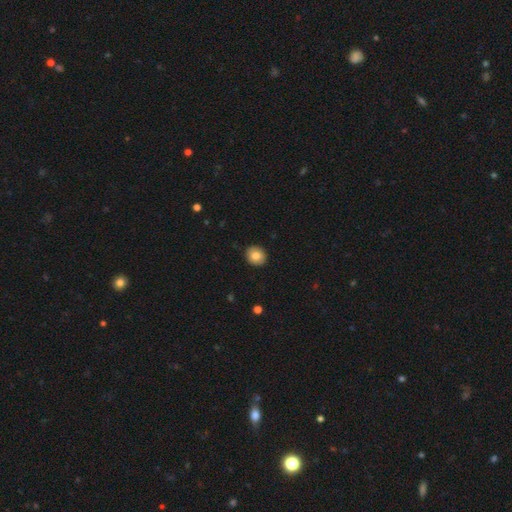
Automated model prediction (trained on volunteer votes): smooth_or_featured: smooth (p=0.82) [alt: featured or disk p=0.09]
how_rounded: round (p=0.76) [alt: in between p=0.23]
merging: none (p=0.90) [alt: minor disturbance p=0.07]